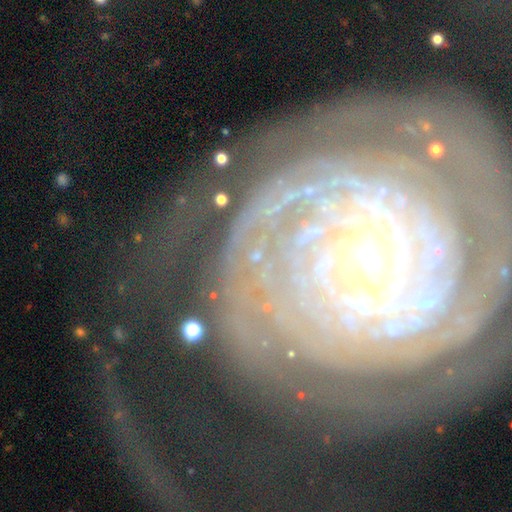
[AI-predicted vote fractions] smooth_or_featured: featured or disk (p=0.87) [alt: star or artifact p=0.07]
disk_edge_on: no (p=0.97) [alt: yes p=0.03]
bar: no (p=0.71) [alt: weak p=0.19]
has_spiral_arms: yes (p=0.94) [alt: no p=0.06]
spiral_winding: tight (p=0.81) [alt: medium p=0.14]
spiral_arm_count: can't tell (p=0.30) [alt: 2 p=0.17]
bulge_size: moderate (p=0.51) [alt: small p=0.40]
merging: none (p=0.68) [alt: minor disturbance p=0.16]